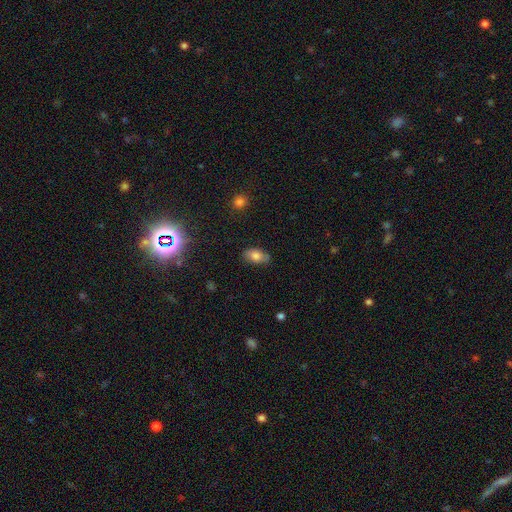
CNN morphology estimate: The model was most divided on "merging": none: 76%, minor disturbance: 18%, major disturbance: 3%, merger: 2%. More confident: how rounded — in between (91%); smooth or featured — smooth (77%).